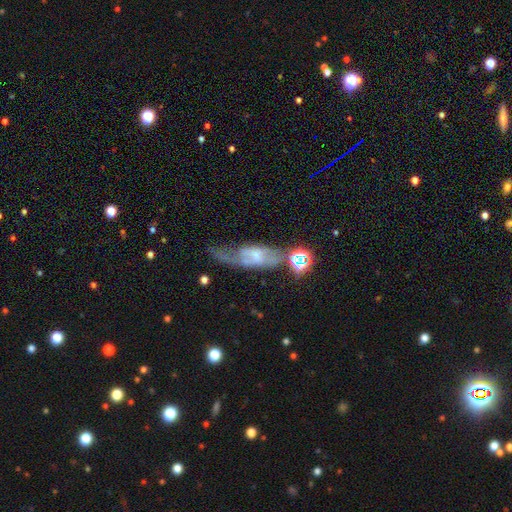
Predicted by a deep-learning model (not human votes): Smooth or featured?
  - featured or disk: 64% *
  - smooth: 23%
  - star or artifact: 13%
Edge-on disk?
  - no: 81% *
  - yes: 19%
Bar?
  - no: 46% *
  - weak: 40%
  - strong: 14%
Spiral arms?
  - yes: 76% *
  - no: 24%
Bulge size?
  - small: 43% *
  - none: 26%
  - moderate: 24%
  - large: 5%
  - dominant: 2%
Merging?
  - none: 43% *
  - minor disturbance: 24%
  - major disturbance: 23%
  - merger: 11%